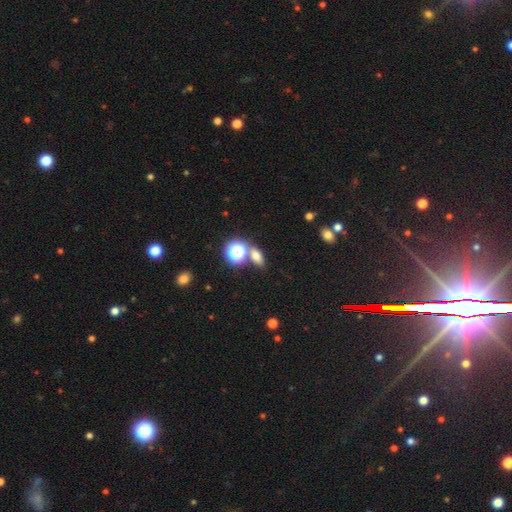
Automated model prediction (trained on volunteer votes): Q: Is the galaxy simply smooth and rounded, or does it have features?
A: smooth — 66%.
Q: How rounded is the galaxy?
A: in between — 68%.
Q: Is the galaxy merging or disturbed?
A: none — 69%.